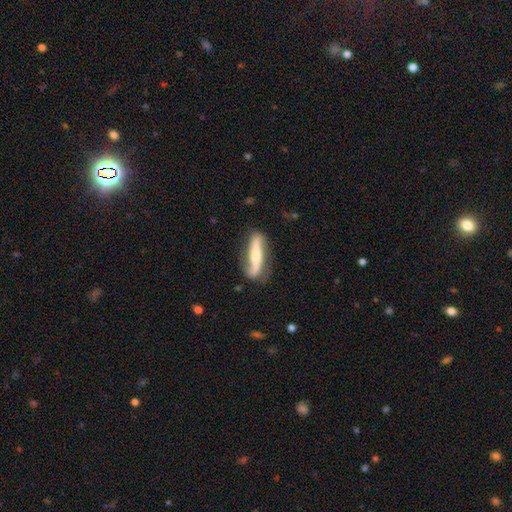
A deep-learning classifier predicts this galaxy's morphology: type=featured or disk (66%); edge-on=no (61%); merging=none (74%).